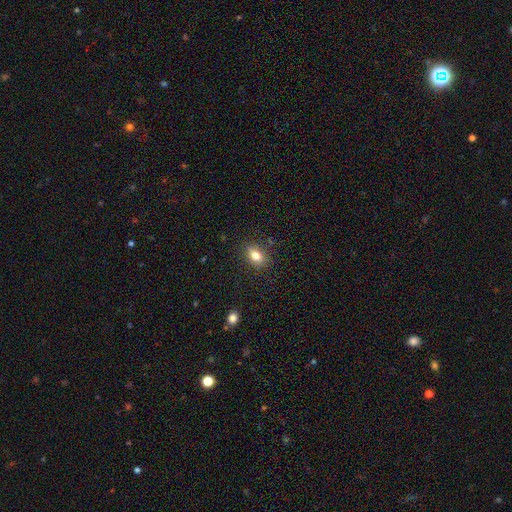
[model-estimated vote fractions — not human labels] A smooth galaxy with no disk features (80%) that is in between round and cigar-shaped (81%).

Vote fractions:
- Smooth or featured? smooth: 80% / featured or disk: 11% / star or artifact: 10%
- How rounded? in between: 81% / round: 15% / cigar-shaped: 4%
- Merging? none: 84% / minor disturbance: 12% / major disturbance: 3% / merger: 2%